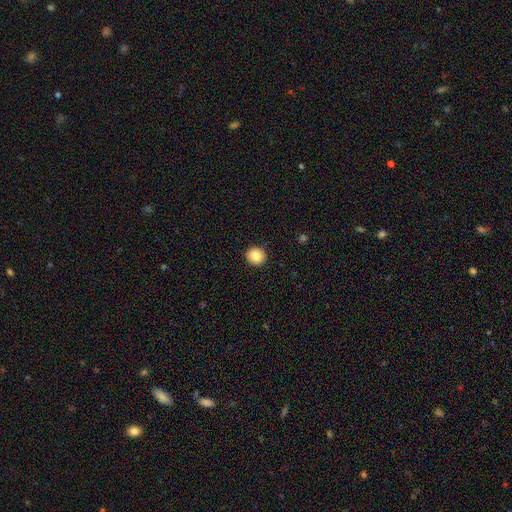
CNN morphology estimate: The model was most divided on "smooth or featured": smooth: 86%, star or artifact: 9%, featured or disk: 5%. More confident: merging — none (93%); how rounded — round (92%).